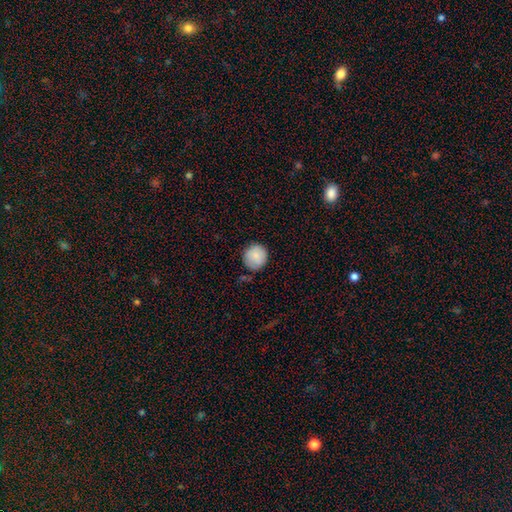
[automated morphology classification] type=smooth (86%); roundness=round (93%); merging=none (82%).